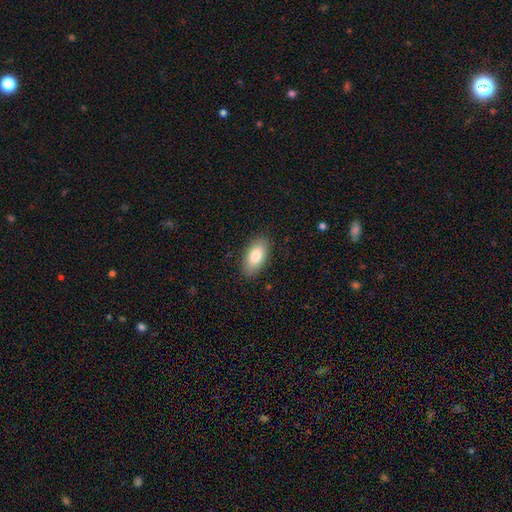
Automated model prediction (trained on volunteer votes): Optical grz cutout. It shows a smooth galaxy with no disk features (83%) that is in between round and cigar-shaped (92%). Merging: none (87%).